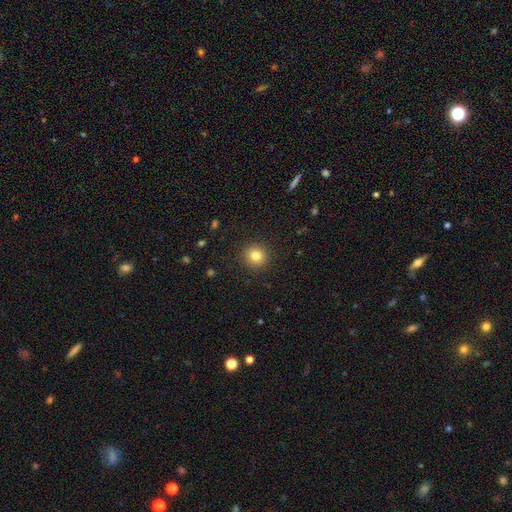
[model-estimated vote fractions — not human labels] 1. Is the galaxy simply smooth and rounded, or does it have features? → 81% smooth, 12% star or artifact, 7% featured or disk.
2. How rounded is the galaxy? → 90% round, 9% in between, 1% cigar-shaped.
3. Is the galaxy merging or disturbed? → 91% none, 6% minor disturbance, 2% major disturbance, 1% merger.